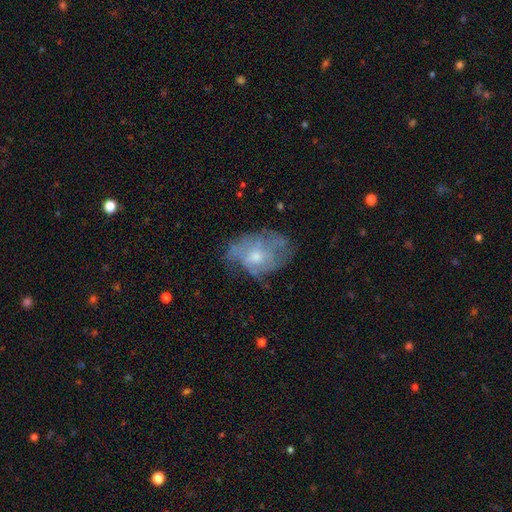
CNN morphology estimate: Smooth or featured?
  - featured or disk: 58% *
  - smooth: 34%
  - star or artifact: 9%
Edge-on disk?
  - no: 96% *
  - yes: 4%
Bar?
  - no: 83% *
  - weak: 15%
  - strong: 2%
Spiral arms?
  - no: 54% *
  - yes: 46%
Bulge size?
  - moderate: 52% *
  - small: 40%
  - large: 4%
  - none: 3%
  - dominant: 1%
Merging?
  - none: 48% *
  - minor disturbance: 28%
  - major disturbance: 21%
  - merger: 2%